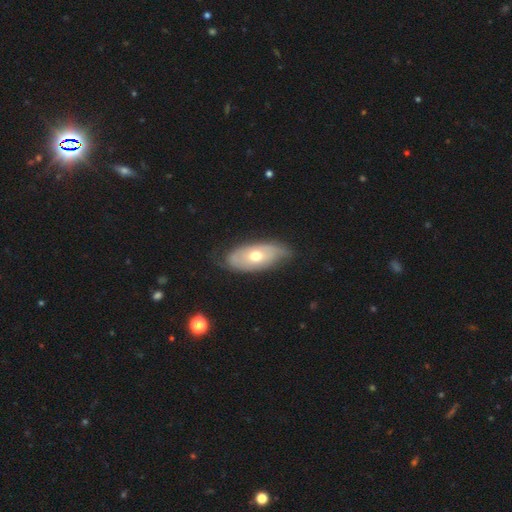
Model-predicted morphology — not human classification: Overall: featured or disk (55%; smooth 39%). Edge-on disk: no (81%). Merging: none (72%).